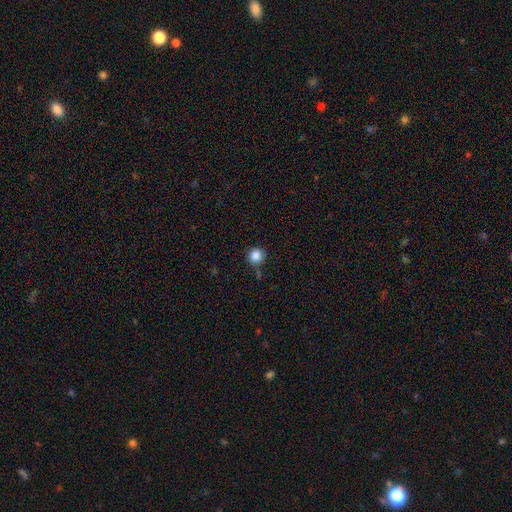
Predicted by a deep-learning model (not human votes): Morphology: type=smooth (86%); roundness=round (94%); merging=none (80%).